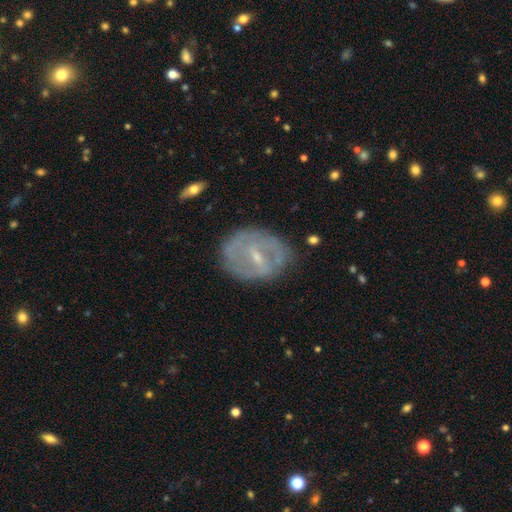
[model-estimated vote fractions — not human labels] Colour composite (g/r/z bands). It shows a featured or disk galaxy (76%) with a weak bar (49%), 2 (58%) tight (42%) spiral arms (71%) and a small central bulge (68%). Merging: none (71%).